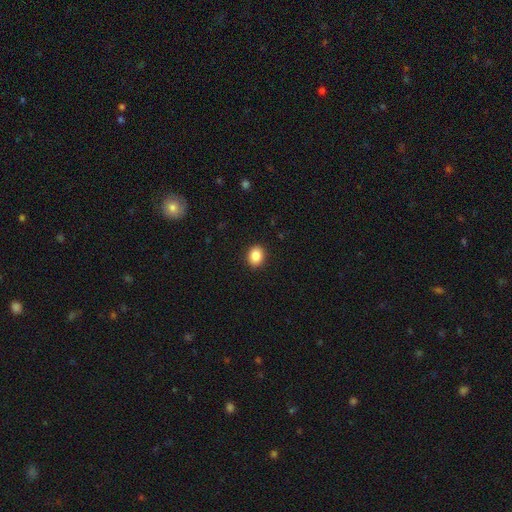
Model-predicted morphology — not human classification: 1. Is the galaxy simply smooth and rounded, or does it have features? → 87% smooth, 9% star or artifact, 4% featured or disk.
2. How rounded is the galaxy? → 52% round, 47% in between, 1% cigar-shaped.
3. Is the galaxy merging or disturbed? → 91% none, 6% minor disturbance, 2% major disturbance, 1% merger.